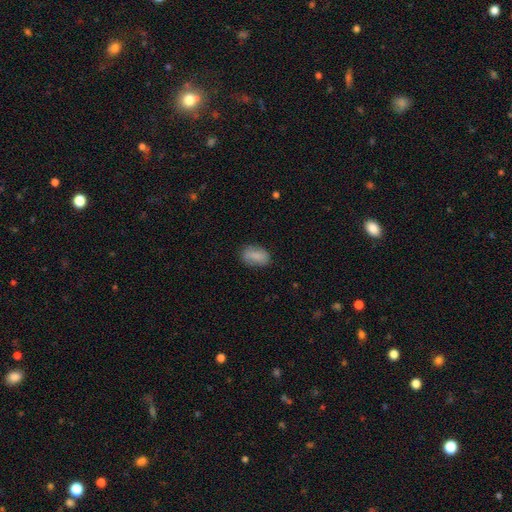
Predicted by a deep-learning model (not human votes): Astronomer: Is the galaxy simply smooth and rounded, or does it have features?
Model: smooth — 82%.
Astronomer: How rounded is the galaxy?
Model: in between — 88%.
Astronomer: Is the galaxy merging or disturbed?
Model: none — 74%.